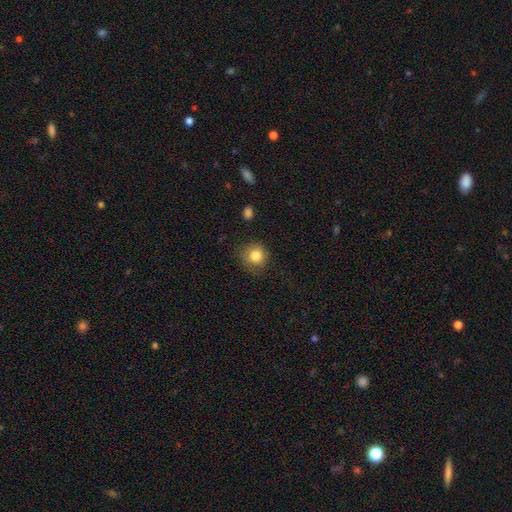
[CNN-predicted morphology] Smooth or featured? smooth (83%)
How rounded? round (89%)
Merging? none (76%)